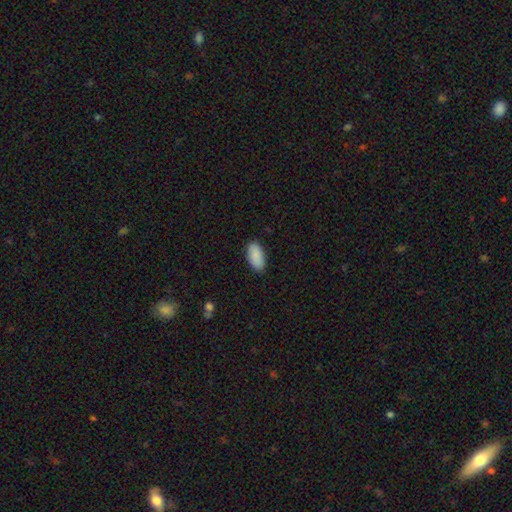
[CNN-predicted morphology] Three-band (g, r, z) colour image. It shows a smooth galaxy with no disk features (89%) that is in between round and cigar-shaped (93%). Merging: none (87%).